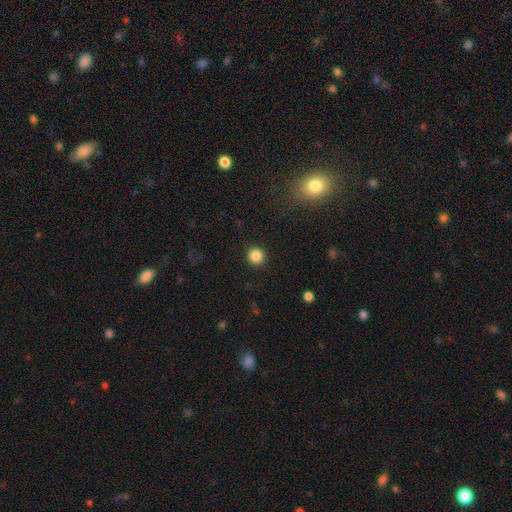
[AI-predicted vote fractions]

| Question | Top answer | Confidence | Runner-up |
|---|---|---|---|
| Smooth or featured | smooth | 86% | star or artifact (11%) |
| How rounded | round | 94% | in between (5%) |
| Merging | none | 92% | minor disturbance (5%) |